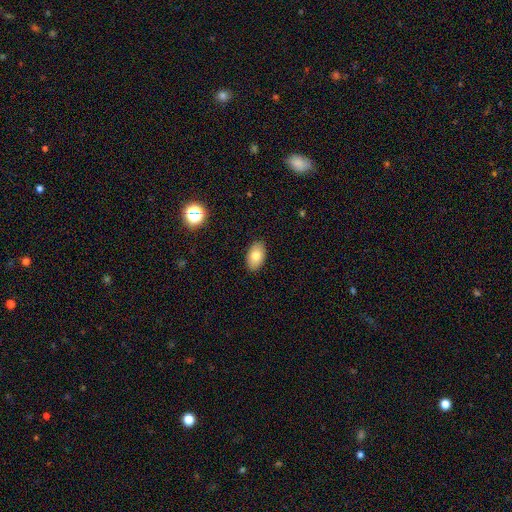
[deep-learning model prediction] Smooth or featured: smooth — 78% (featured or disk — 14%)
How rounded: in between — 92% (round — 6%)
Merging: none — 88% (minor disturbance — 9%)